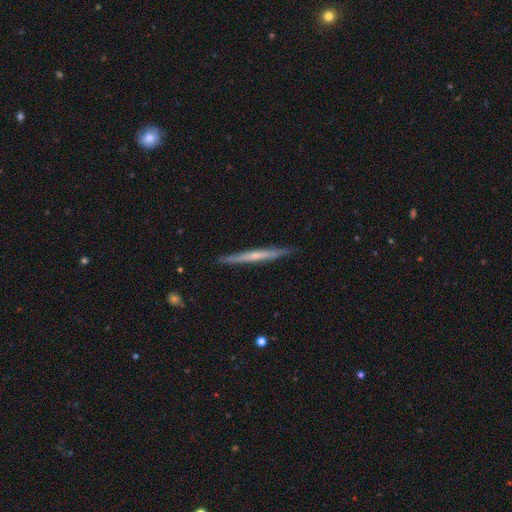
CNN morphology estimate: A featured or disk galaxy (59%) viewed edge-on (96%) with no central bulge (65%). Merging: none (88%).